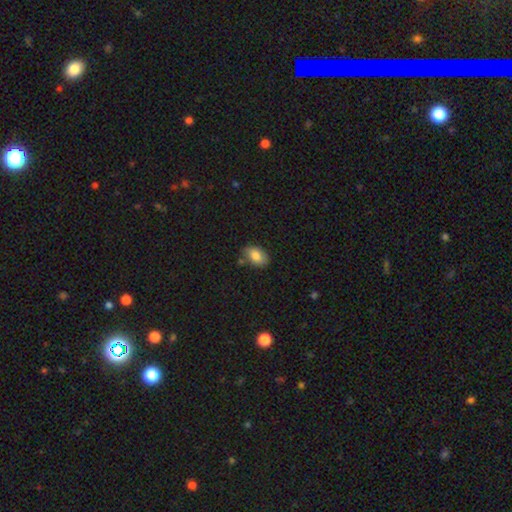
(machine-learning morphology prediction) smooth 82%, featured or disk 10%, star or artifact 8%. Down the decision tree: how rounded — in between (88%); merging — none (73%).